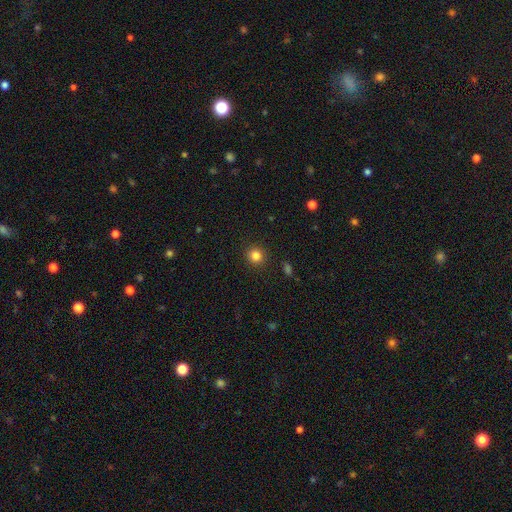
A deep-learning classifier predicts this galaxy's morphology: Smooth or featured?
  - smooth: 83% *
  - star or artifact: 12%
  - featured or disk: 4%
How rounded?
  - round: 90% *
  - in between: 9%
  - cigar-shaped: 1%
Merging?
  - none: 91% *
  - minor disturbance: 6%
  - major disturbance: 2%
  - merger: 1%